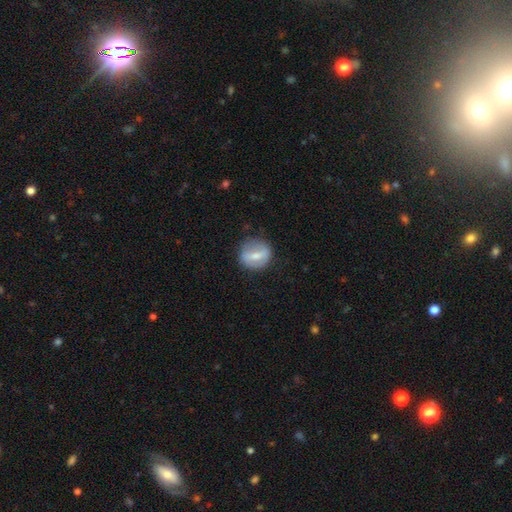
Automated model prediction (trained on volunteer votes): Smooth or featured? Predicted: smooth (p=0.51). How rounded? Predicted: round (p=0.78). Merging? Predicted: none (p=0.74).